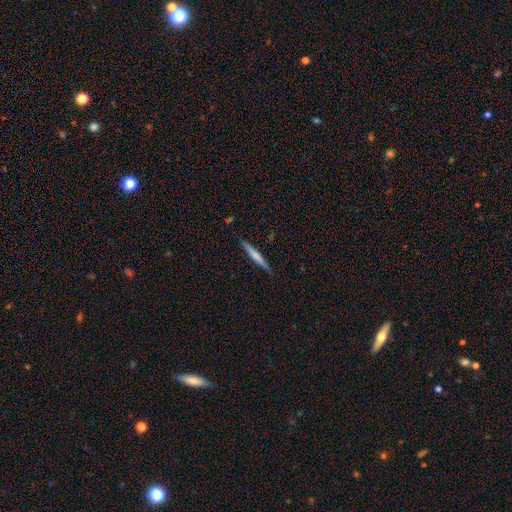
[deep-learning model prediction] smooth 50%, featured or disk 44%, star or artifact 6%. Down the decision tree: how rounded — cigar-shaped (95%); merging — none (89%).